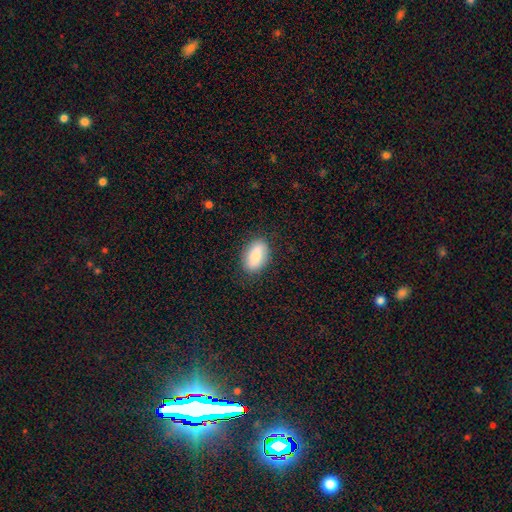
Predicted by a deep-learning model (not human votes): This appears to be a smooth galaxy with no disk features (81%) that is in between round and cigar-shaped (90%). Merging: none (83%).